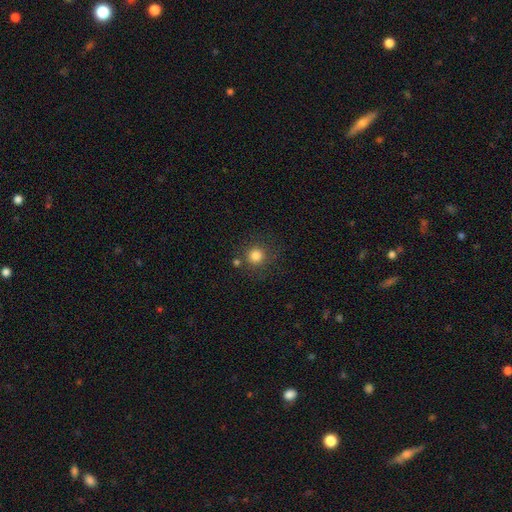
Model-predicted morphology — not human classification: type=smooth (83%); roundness=round (94%); merging=none (79%).